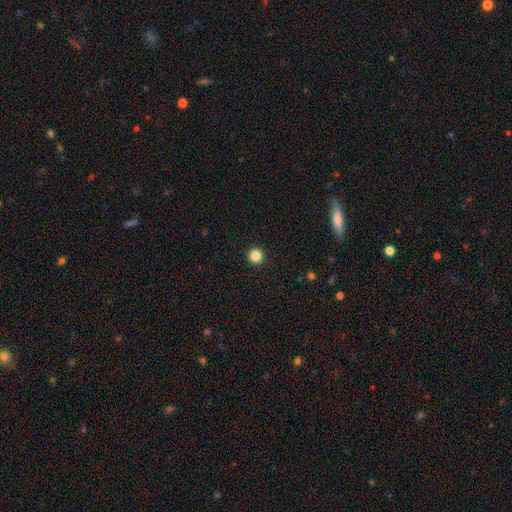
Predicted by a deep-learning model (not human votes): A smooth galaxy with no disk features (85%) that is round (96%). Merging: none (94%).